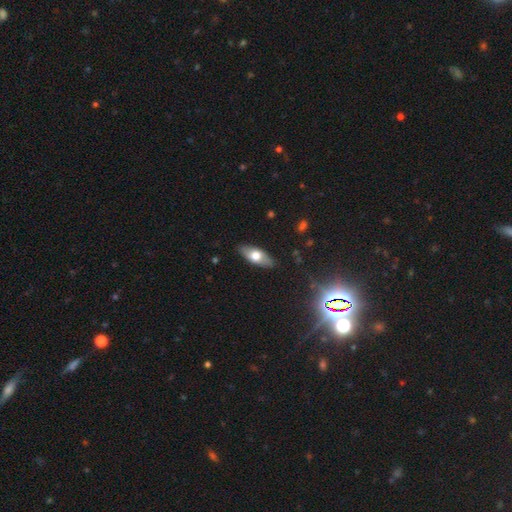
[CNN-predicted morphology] smooth-or-featured: smooth: 61% | featured or disk: 32% | star or artifact: 7%
  how-rounded: in between: 80% | cigar-shaped: 17% | round: 3%
  merging: none: 86% | minor disturbance: 11% | major disturbance: 2% | merger: 1%